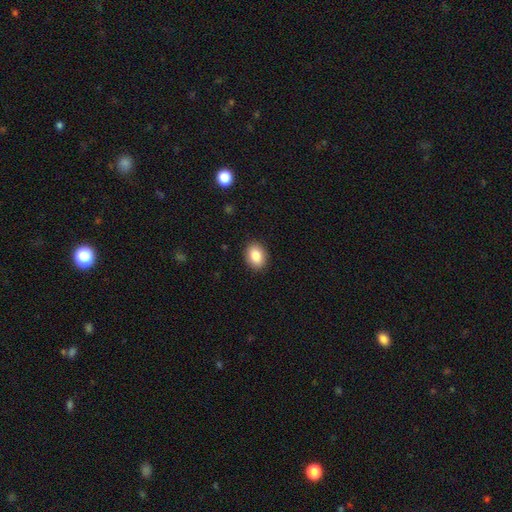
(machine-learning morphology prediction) type=smooth (86%); roundness=in between (72%); merging=none (90%).